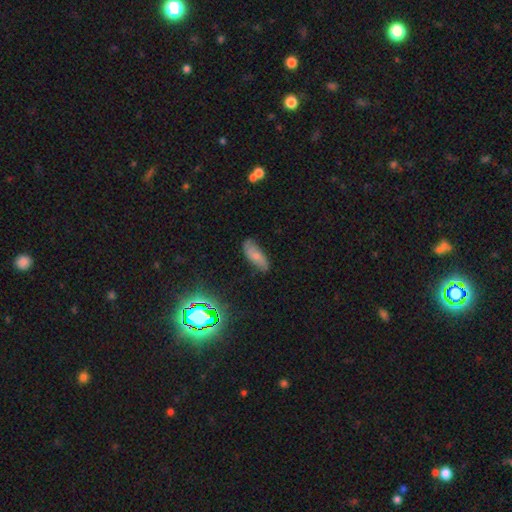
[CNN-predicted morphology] Smooth or featured? smooth (58%)
How rounded? in between (71%)
Merging? none (71%)